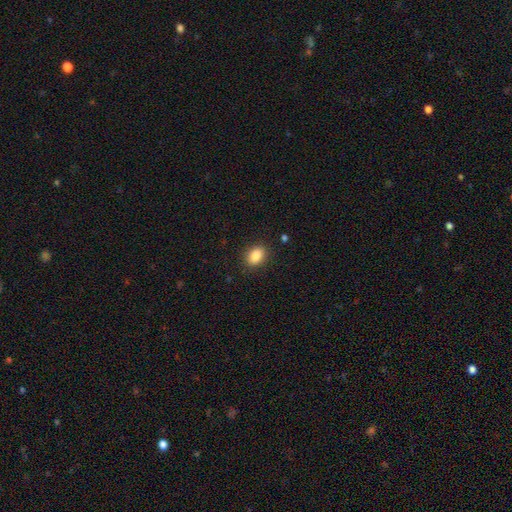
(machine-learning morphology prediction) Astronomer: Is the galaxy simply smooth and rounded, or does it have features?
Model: smooth — 86%.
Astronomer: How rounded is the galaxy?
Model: in between — 77%.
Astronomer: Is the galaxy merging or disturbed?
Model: none — 88%.